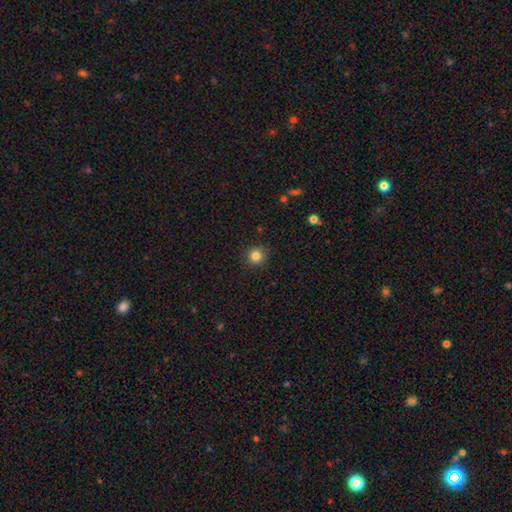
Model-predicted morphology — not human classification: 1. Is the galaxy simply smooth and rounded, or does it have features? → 83% smooth, 12% star or artifact, 5% featured or disk.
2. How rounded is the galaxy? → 92% round, 7% in between, 1% cigar-shaped.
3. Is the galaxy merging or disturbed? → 89% none, 8% minor disturbance, 2% major disturbance, 1% merger.